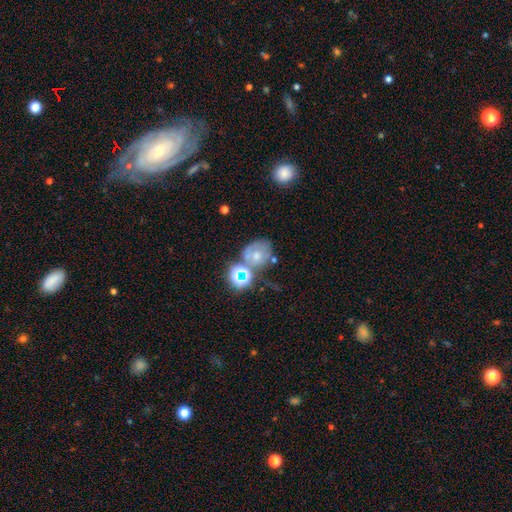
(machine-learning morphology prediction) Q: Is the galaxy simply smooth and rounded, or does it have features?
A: smooth — 50%.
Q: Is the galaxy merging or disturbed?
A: none — 42%.